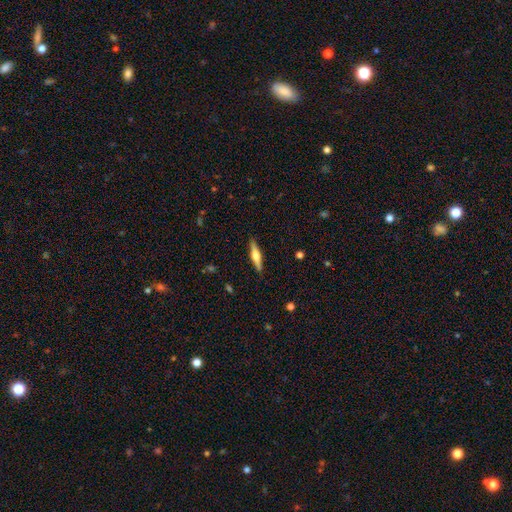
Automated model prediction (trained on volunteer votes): Q: Smooth or featured?
A: featured or disk (59%); runner-up: smooth (35%)
Q: Edge-on disk?
A: yes (97%); runner-up: no (3%)
Q: Edge-on bulge?
A: rounded (89%); runner-up: boxy (8%)
Q: Merging?
A: none (90%); runner-up: minor disturbance (7%)